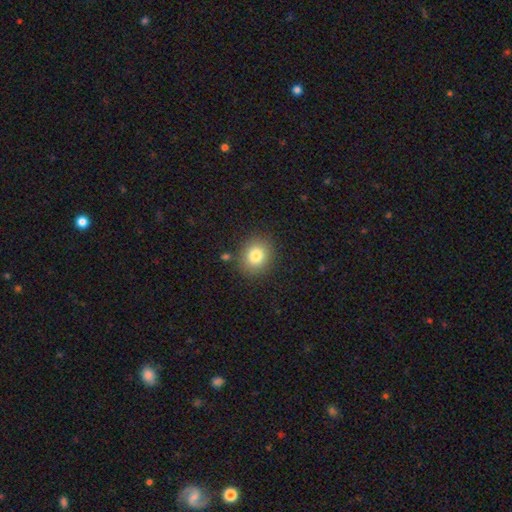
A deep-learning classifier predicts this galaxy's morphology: Smooth or featured: smooth — 81% (star or artifact — 10%)
How rounded: round — 73% (in between — 26%)
Merging: none — 86% (minor disturbance — 9%)